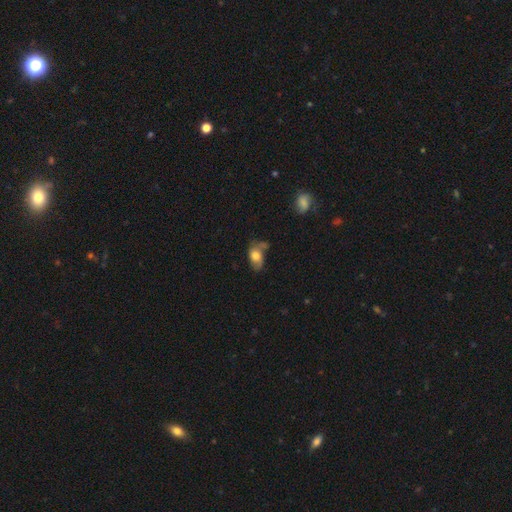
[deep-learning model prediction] Morphology: type=smooth (54%); roundness=in between (85%); merging=none (37%).